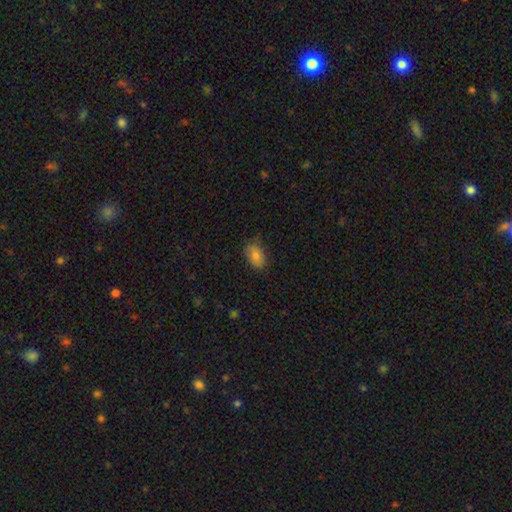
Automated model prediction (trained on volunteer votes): This appears to be a smooth galaxy with no disk features (79%) that is in between round and cigar-shaped (87%). Merging: none (78%).